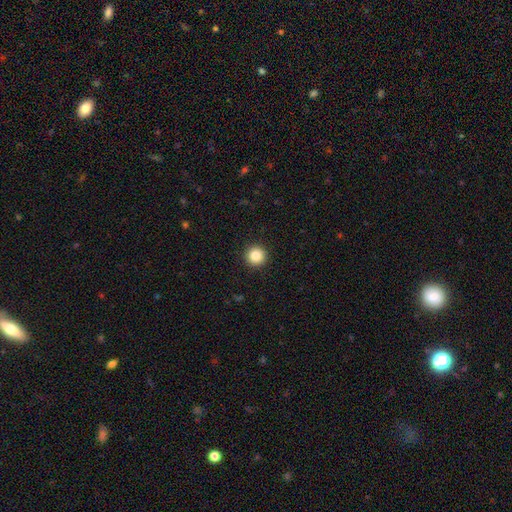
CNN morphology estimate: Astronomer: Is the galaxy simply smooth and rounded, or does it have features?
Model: smooth — 85%.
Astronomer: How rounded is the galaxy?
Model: round — 96%.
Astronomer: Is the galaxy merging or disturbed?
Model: none — 93%.